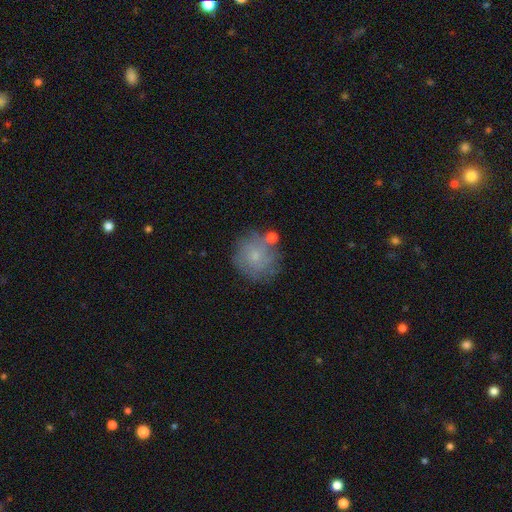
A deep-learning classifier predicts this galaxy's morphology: smooth-or-featured: smooth: 53% | featured or disk: 36% | star or artifact: 11%
  how-rounded: round: 90% | in between: 9% | cigar-shaped: 1%
  merging: none: 68% | minor disturbance: 17% | merger: 8% | major disturbance: 7%